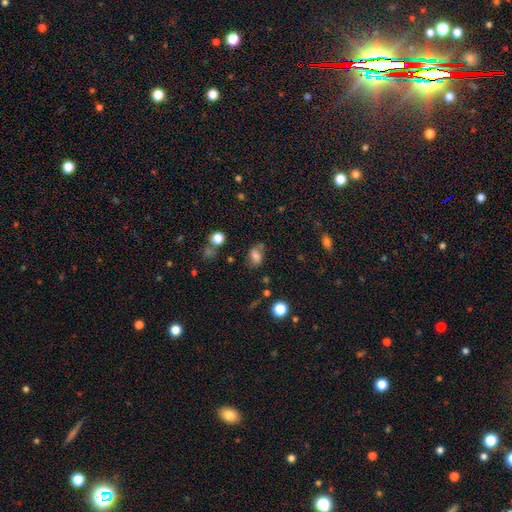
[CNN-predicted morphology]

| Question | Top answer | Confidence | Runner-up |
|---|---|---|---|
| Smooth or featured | smooth | 69% | featured or disk (18%) |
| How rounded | in between | 77% | round (21%) |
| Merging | none | 57% | minor disturbance (25%) |